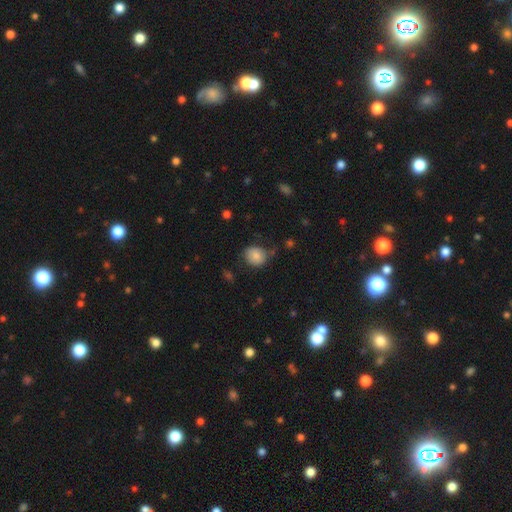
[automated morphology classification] Overall: smooth (79%). How rounded: round (76%). Merging: none (65%).